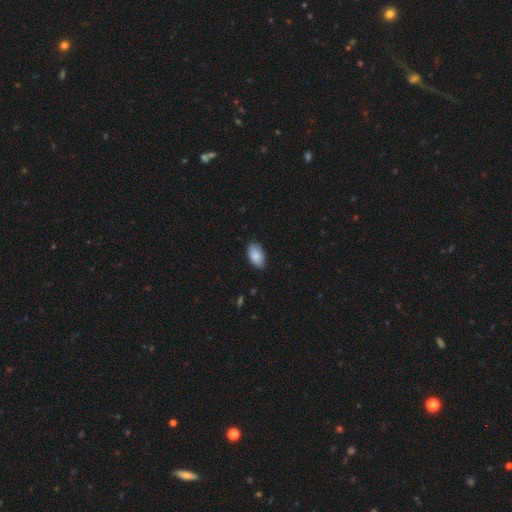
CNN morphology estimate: Smooth or featured? smooth (85%)
How rounded? in between (95%)
Merging? none (82%)